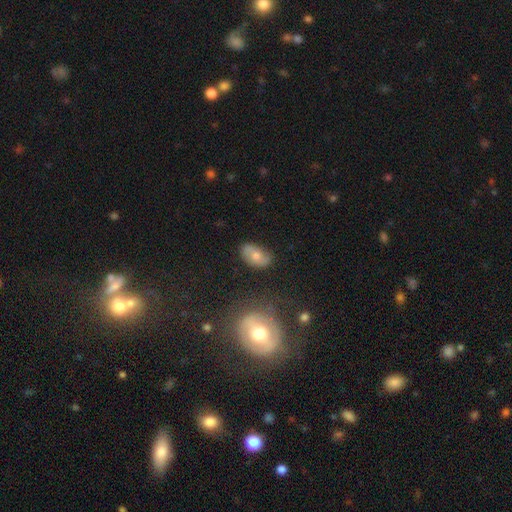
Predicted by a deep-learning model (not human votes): smooth_or_featured: smooth (p=0.54) [alt: featured or disk p=0.37]
how_rounded: in between (p=0.89) [alt: round p=0.09]
merging: none (p=0.75) [alt: minor disturbance p=0.18]